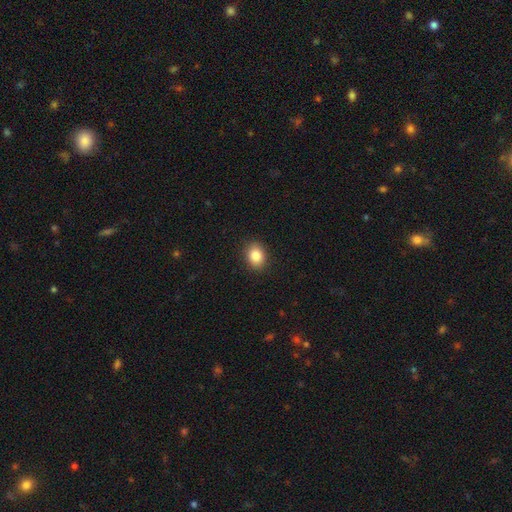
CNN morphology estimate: smooth 86%, star or artifact 9%, featured or disk 6%. Down the decision tree: how rounded — in between (61%); merging — none (89%).